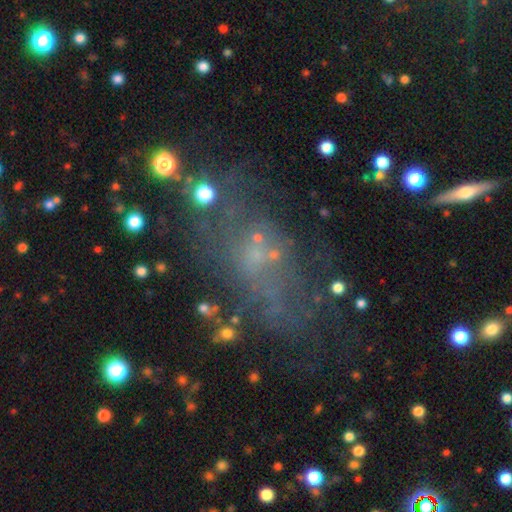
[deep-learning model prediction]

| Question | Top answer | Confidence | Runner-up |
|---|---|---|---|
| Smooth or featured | star or artifact | 59% | smooth (24%) |